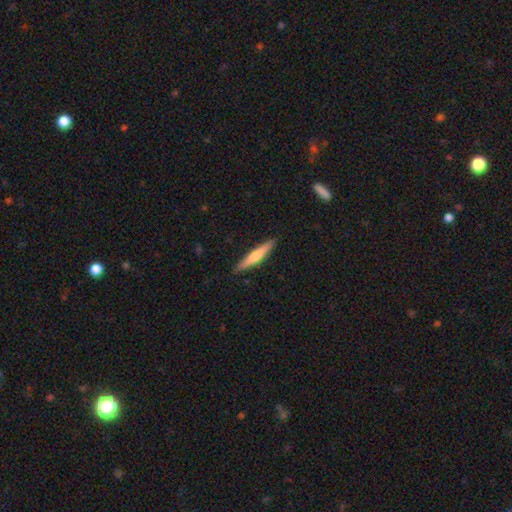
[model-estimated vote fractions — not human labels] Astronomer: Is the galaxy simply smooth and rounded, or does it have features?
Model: smooth — 48% (runner-up: featured or disk, 47%).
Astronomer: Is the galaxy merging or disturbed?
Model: none — 90%.